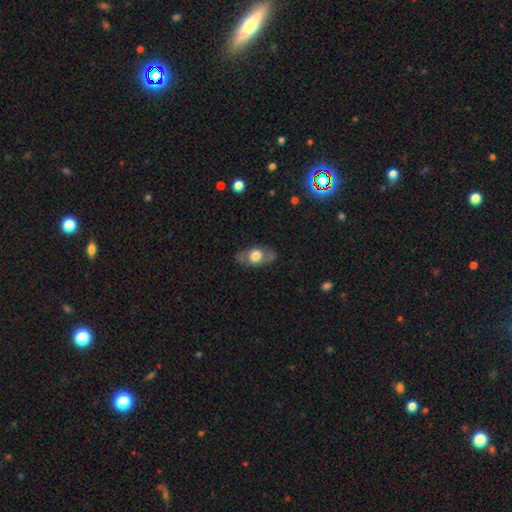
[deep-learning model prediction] Smooth or featured?
  - smooth: 53% *
  - featured or disk: 41%
  - star or artifact: 7%
How rounded?
  - in between: 74% *
  - round: 21%
  - cigar-shaped: 5%
Merging?
  - none: 78% *
  - minor disturbance: 15%
  - major disturbance: 6%
  - merger: 1%